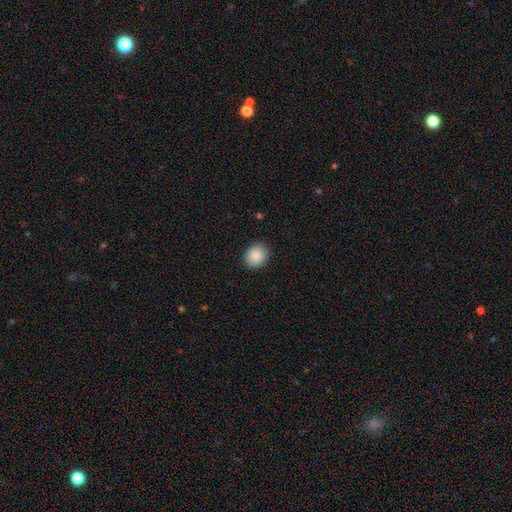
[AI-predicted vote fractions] Smooth or featured? smooth (85%)
How rounded? round (60%)
Merging? none (87%)